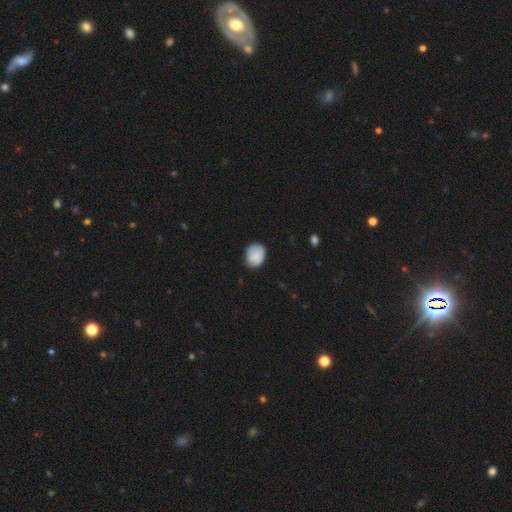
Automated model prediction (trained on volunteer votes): smooth 82%, featured or disk 10%, star or artifact 7%. Down the decision tree: how rounded — round (50%); merging — none (77%).